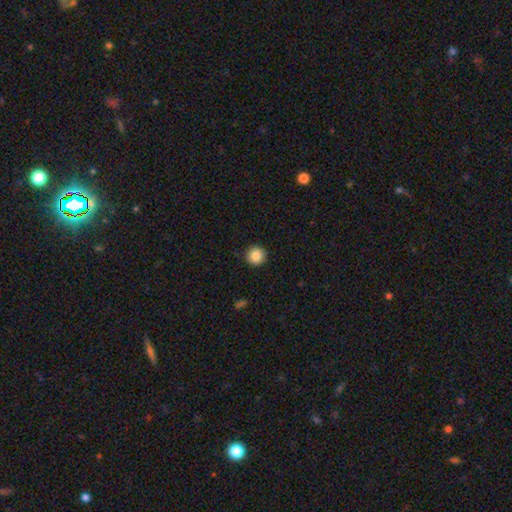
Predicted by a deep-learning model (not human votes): Q: Smooth or featured?
A: smooth (86%); runner-up: star or artifact (9%)
Q: How rounded?
A: round (95%); runner-up: in between (4%)
Q: Merging?
A: none (92%); runner-up: minor disturbance (6%)